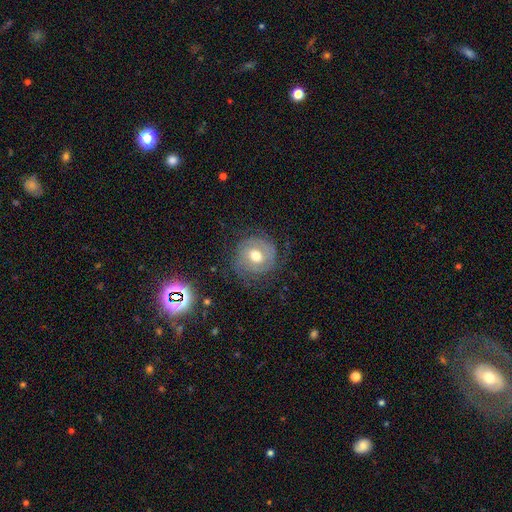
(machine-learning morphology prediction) type=featured or disk (66%); edge-on=no (97%); bar=no (61%); spiral arms=yes (81%); winding=tight (61%); arm count=2 (44%); bulge=moderate (76%); merging=none (69%).